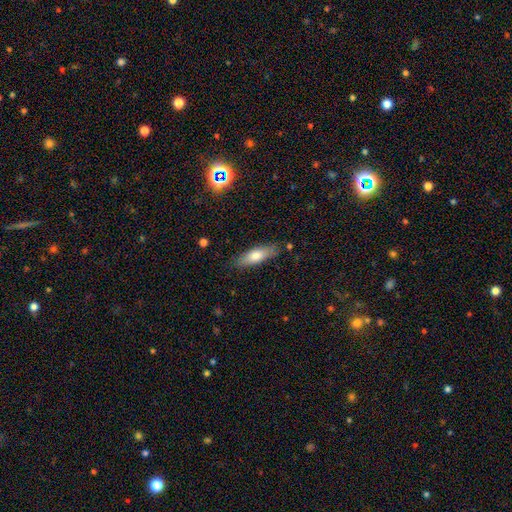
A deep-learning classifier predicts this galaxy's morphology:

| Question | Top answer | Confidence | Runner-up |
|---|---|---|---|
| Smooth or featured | smooth | 72% | featured or disk (22%) |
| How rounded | in between | 54% | cigar-shaped (44%) |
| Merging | none | 81% | minor disturbance (14%) |